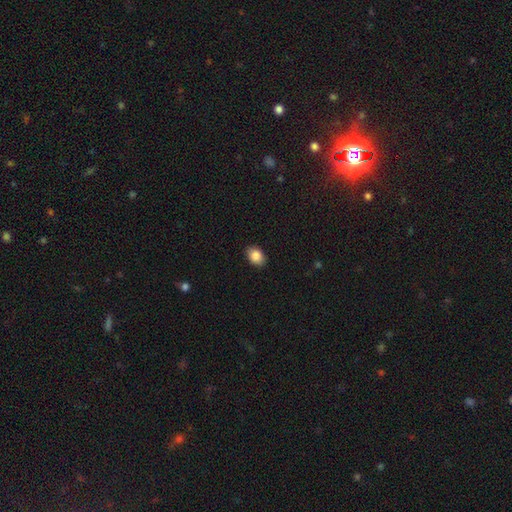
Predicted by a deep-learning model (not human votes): Smooth or featured: smooth — 87% (star or artifact — 8%)
How rounded: in between — 81% (round — 18%)
Merging: none — 89% (minor disturbance — 8%)